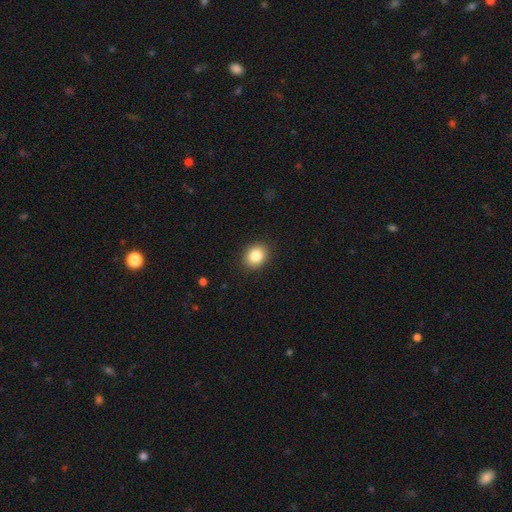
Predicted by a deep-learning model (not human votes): smooth_or_featured: smooth (p=0.85) [alt: star or artifact p=0.09]
how_rounded: round (p=0.55) [alt: in between p=0.45]
merging: none (p=0.90) [alt: minor disturbance p=0.07]